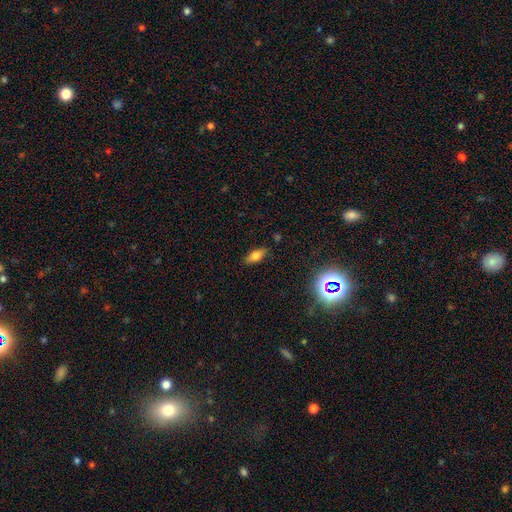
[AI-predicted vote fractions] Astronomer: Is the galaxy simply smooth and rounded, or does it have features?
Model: smooth — 67%.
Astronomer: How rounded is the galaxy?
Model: in between — 76%.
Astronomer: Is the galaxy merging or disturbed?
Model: none — 86%.